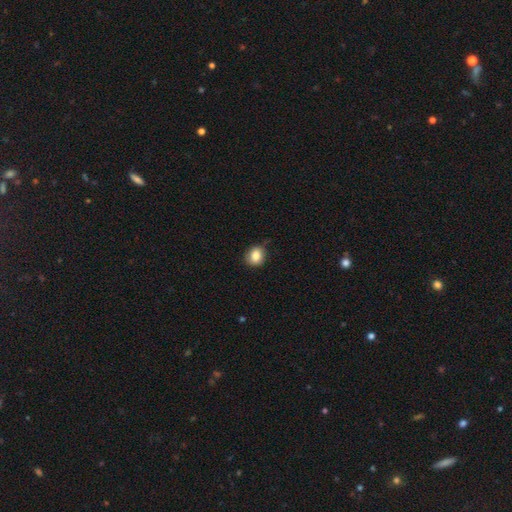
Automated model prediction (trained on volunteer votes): Morphology: type=smooth (85%); roundness=round (69%); merging=none (69%).